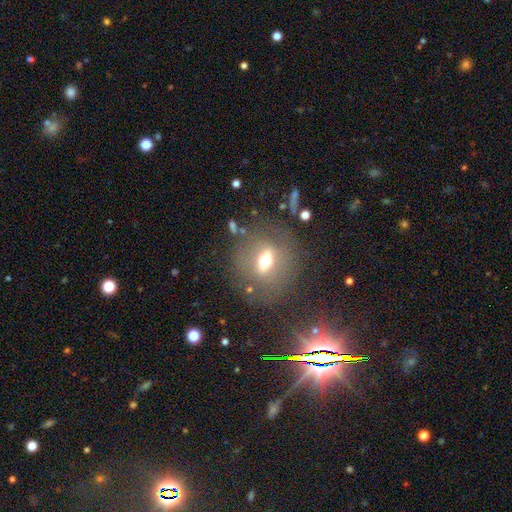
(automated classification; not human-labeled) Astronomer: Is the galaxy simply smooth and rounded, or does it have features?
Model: featured or disk — 36% (runner-up: star or artifact, 33%).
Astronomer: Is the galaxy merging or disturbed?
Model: none — 80%.